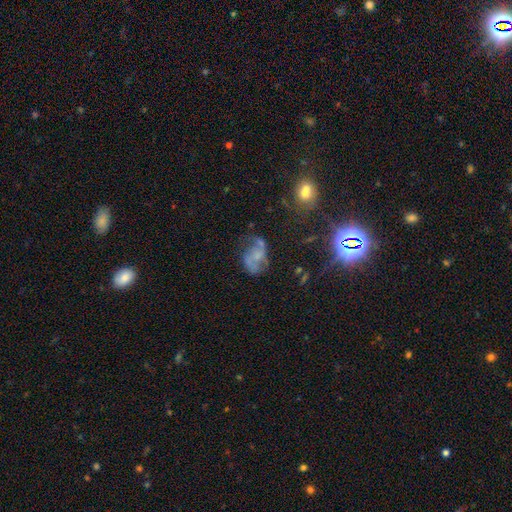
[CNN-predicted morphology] A featured or disk galaxy (56%) with no bar (74%), spiral arms (63%) and no central bulge (56%).

Vote fractions:
- Smooth or featured? featured or disk: 56% / smooth: 26% / star or artifact: 17%
- Edge-on disk? no: 97% / yes: 3%
- Bar? no: 74% / weak: 20% / strong: 5%
- Spiral arms? yes: 63% / no: 37%
- Bulge size? none: 56% / small: 24% / moderate: 15% / large: 4% / dominant: 2%
- Merging? none: 41% / major disturbance: 26% / minor disturbance: 24% / merger: 9%